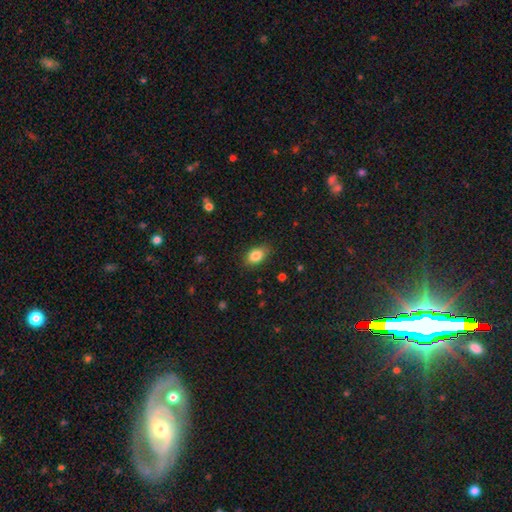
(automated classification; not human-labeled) A smooth galaxy with no disk features (85%) that is in between round and cigar-shaped (85%).

Vote fractions:
- Smooth or featured? smooth: 85% / star or artifact: 8% / featured or disk: 7%
- How rounded? in between: 85% / round: 13% / cigar-shaped: 2%
- Merging? none: 83% / minor disturbance: 13% / major disturbance: 3% / merger: 1%